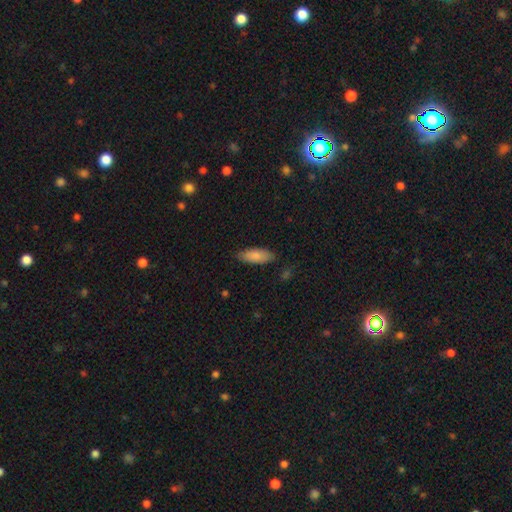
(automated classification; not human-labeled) The model was most divided on "how rounded": in between: 73%, cigar-shaped: 26%, round: 2%. More confident: smooth or featured — smooth (85%); merging — none (83%).